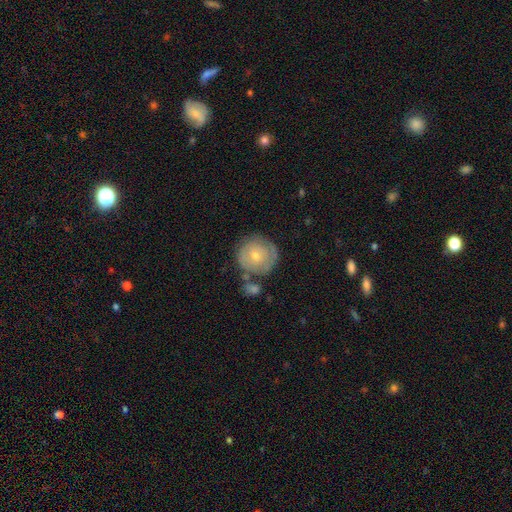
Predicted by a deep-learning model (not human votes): A smooth galaxy with no disk features (51%) that is round (90%). Merging: none (63%).